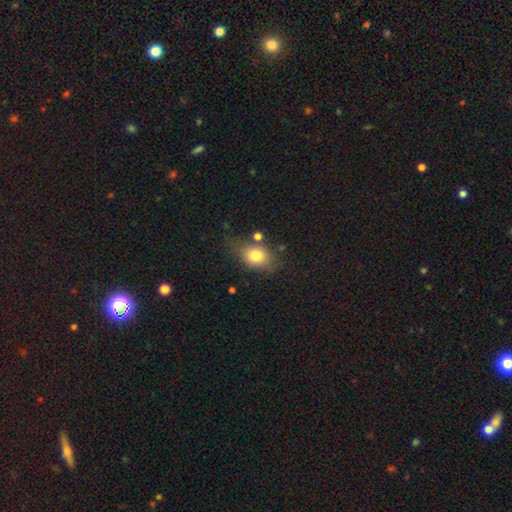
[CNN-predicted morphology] Smooth or featured? smooth (78%)
How rounded? in between (60%)
Merging? none (64%)